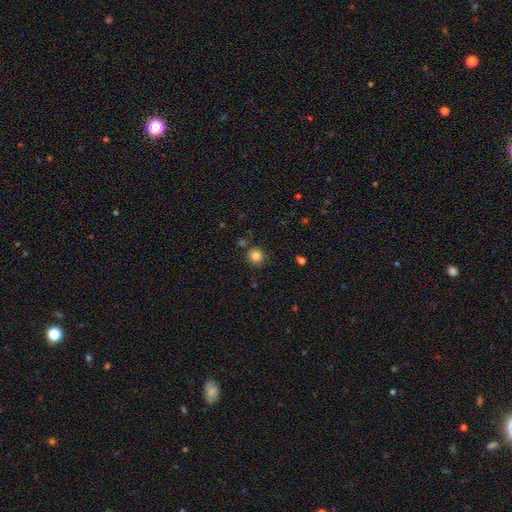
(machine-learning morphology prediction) This is clearly a smooth galaxy (83%). How rounded: clearly round (92%). Merging: clearly none (86%).